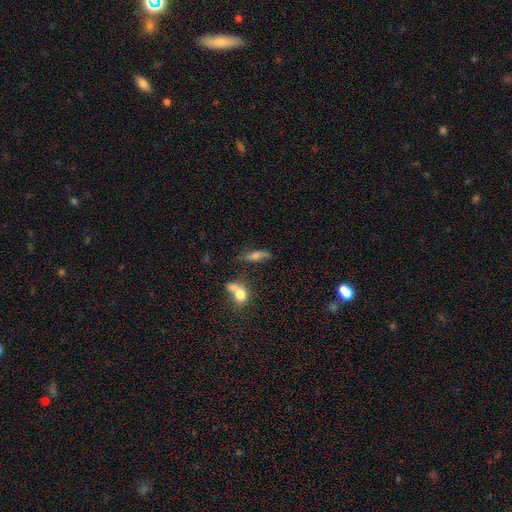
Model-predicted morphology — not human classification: smooth 47%, featured or disk 40%, star or artifact 13%. Down the decision tree: merging — none (55%).